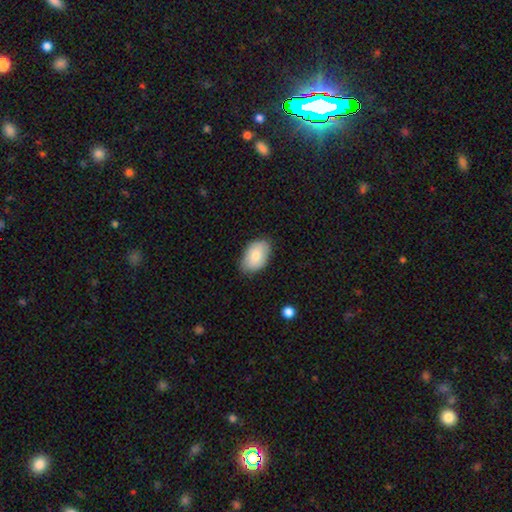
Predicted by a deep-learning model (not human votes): Smooth or featured? smooth (78%)
How rounded? in between (90%)
Merging? none (78%)